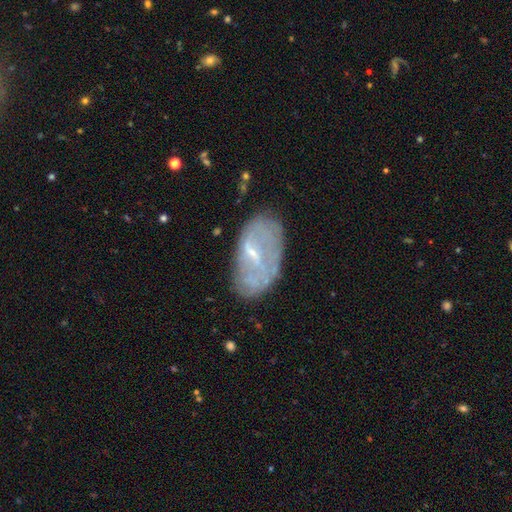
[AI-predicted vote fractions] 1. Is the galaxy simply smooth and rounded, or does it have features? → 62% featured or disk, 29% smooth, 9% star or artifact.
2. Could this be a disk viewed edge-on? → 93% no, 7% yes.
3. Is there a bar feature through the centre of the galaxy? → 49% weak, 26% no, 24% strong.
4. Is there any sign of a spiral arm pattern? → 56% no, 44% yes.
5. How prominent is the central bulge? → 66% small, 21% moderate, 11% none, 1% large, 1% dominant.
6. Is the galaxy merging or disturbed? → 60% none, 24% minor disturbance, 12% major disturbance, 3% merger.